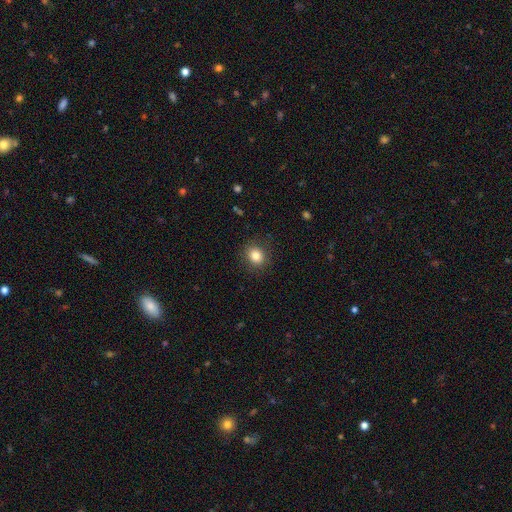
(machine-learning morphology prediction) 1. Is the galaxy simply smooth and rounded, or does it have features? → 83% smooth, 11% star or artifact, 6% featured or disk.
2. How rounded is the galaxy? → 73% round, 26% in between, 1% cigar-shaped.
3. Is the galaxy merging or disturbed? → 88% none, 9% minor disturbance, 3% major disturbance, 1% merger.